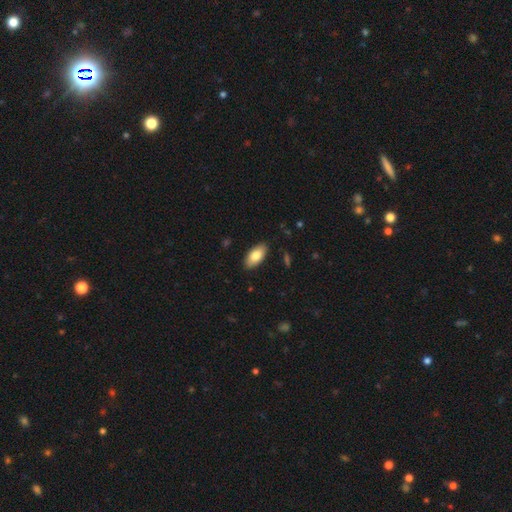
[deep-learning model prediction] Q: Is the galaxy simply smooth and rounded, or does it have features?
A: smooth — 81%.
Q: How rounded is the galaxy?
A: in between — 92%.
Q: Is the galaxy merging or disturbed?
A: none — 88%.